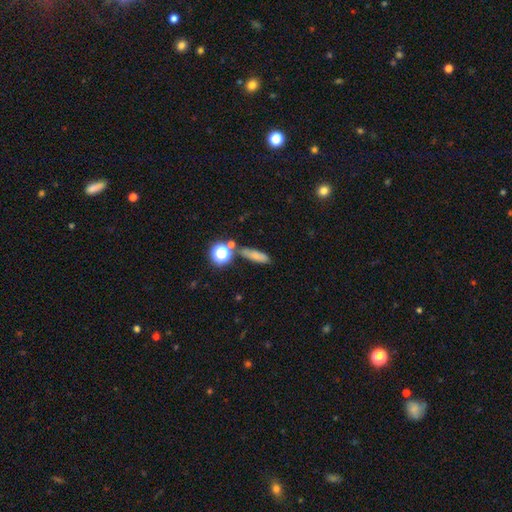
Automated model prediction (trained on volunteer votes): Smooth or featured? smooth (72%)
How rounded? cigar-shaped (59%)
Merging? none (73%)